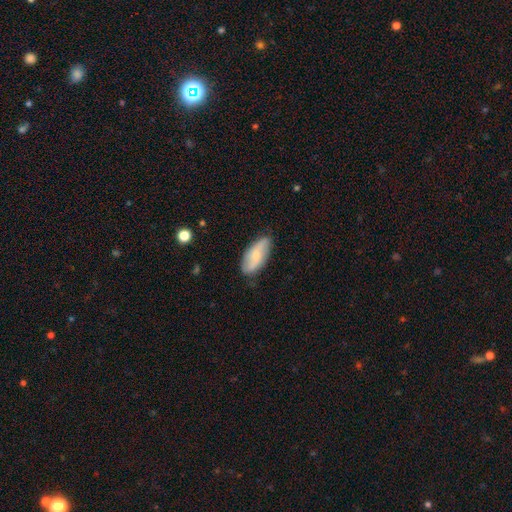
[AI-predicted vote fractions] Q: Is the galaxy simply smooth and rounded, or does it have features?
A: smooth — 54%.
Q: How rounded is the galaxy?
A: in between — 86%.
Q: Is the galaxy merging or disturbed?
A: none — 76%.